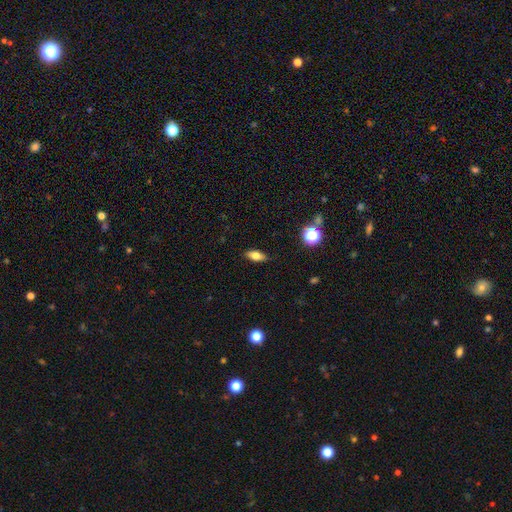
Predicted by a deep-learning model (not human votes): The model was most divided on "smooth or featured": smooth: 69%, featured or disk: 21%, star or artifact: 10%. More confident: merging — none (86%); how rounded — in between (77%).